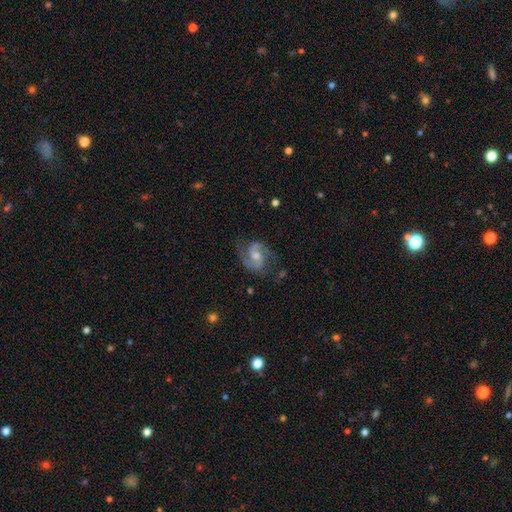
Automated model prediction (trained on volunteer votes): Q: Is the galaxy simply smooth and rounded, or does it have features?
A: featured or disk — 89%.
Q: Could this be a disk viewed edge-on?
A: no — 98%.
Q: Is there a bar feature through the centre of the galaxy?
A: weak — 46%.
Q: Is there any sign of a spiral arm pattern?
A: yes — 98%.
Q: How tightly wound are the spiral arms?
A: medium — 61%.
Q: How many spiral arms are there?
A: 2 — 93%.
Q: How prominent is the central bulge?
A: moderate — 57%.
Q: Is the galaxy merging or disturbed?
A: none — 78%.